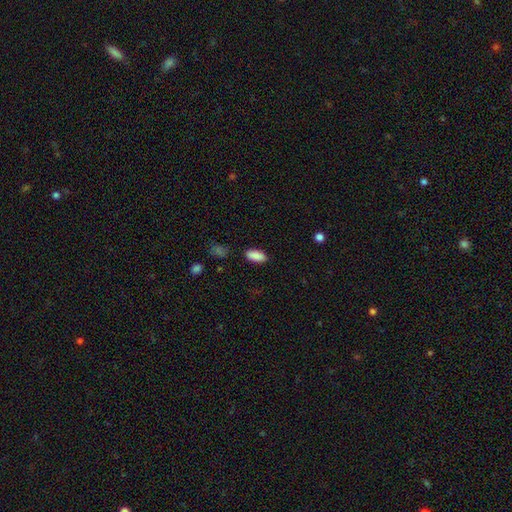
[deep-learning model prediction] A smooth galaxy with no disk features (89%) that is in between round and cigar-shaped (86%). Merging: none (87%).